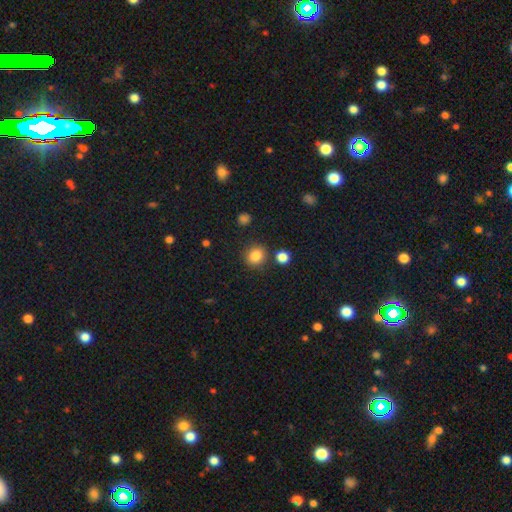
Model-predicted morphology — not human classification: This appears to be a smooth galaxy with no disk features (84%) that is round (82%). Merging: none (83%).